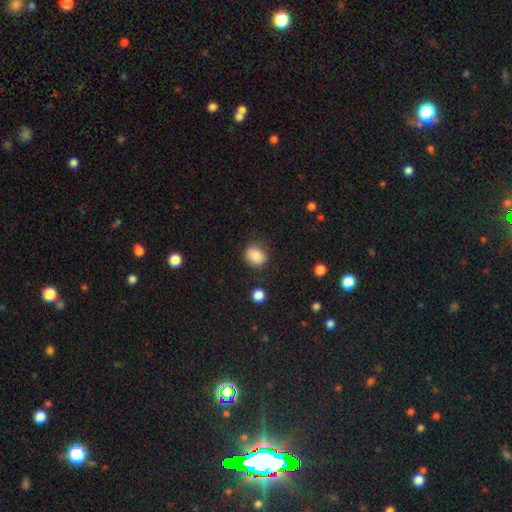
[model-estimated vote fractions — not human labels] Smooth or featured? smooth (85%)
How rounded? round (64%)
Merging? none (79%)